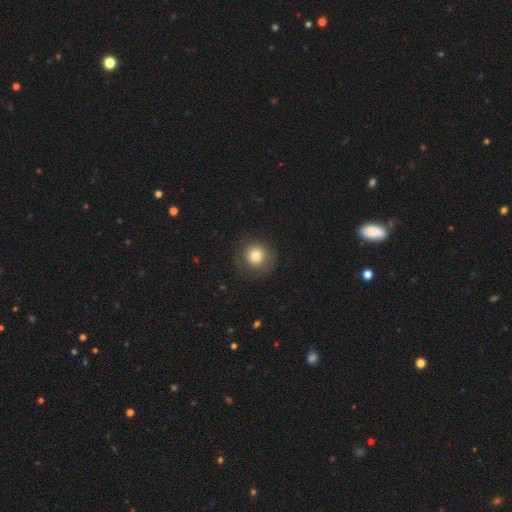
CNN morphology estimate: Smooth or featured: smooth — 78% (featured or disk — 12%)
How rounded: round — 93% (in between — 7%)
Merging: none — 83% (minor disturbance — 11%)